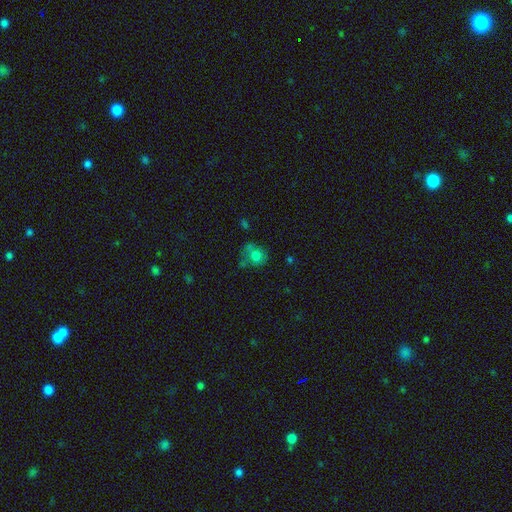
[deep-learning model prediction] This appears to be a smooth galaxy with no disk features (72%) that is round (72%). Merging: none (46%).